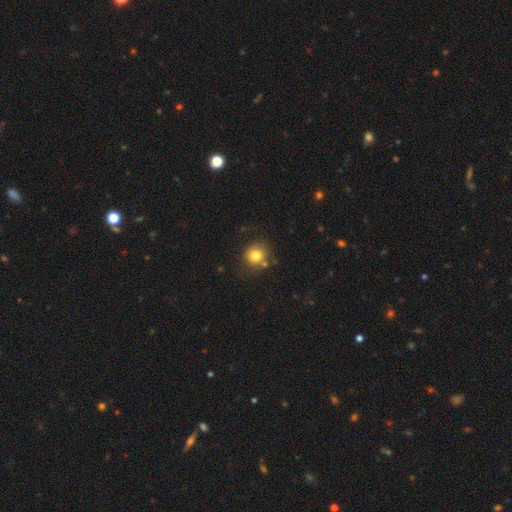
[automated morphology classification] This is likely a smooth galaxy (80%). How rounded: clearly round (89%). Merging: likely none (76%).